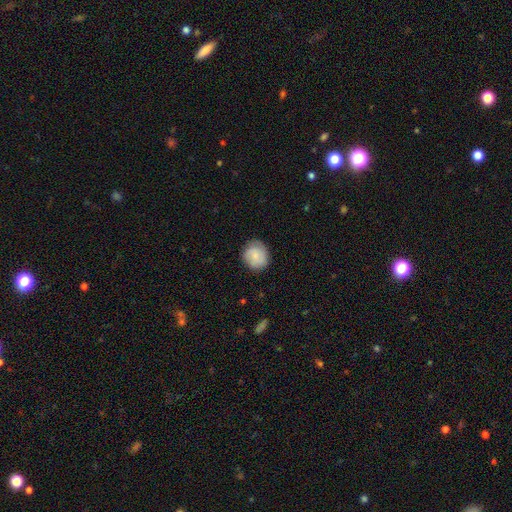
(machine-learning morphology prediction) This appears to be a smooth galaxy with no disk features (74%) that is round (81%). Merging: none (79%).